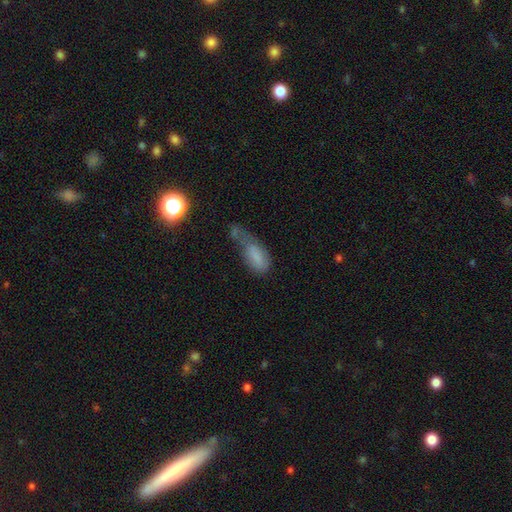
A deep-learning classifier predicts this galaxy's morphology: smooth-or-featured: smooth: 71% | featured or disk: 18% | star or artifact: 11%
  how-rounded: in between: 77% | cigar-shaped: 19% | round: 4%
  merging: major disturbance: 34% | minor disturbance: 26% | none: 21% | merger: 20%